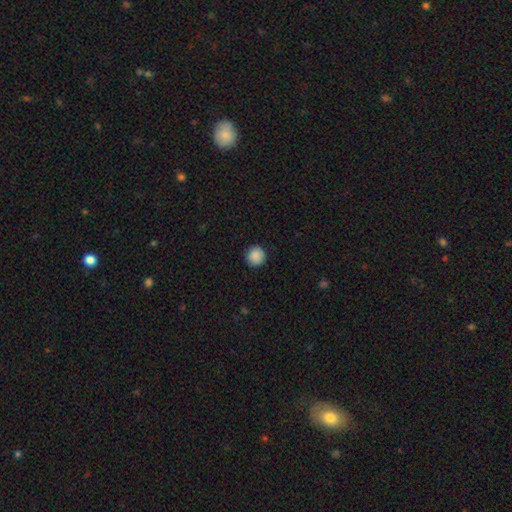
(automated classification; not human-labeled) Smooth or featured? smooth (89%)
How rounded? round (95%)
Merging? none (92%)